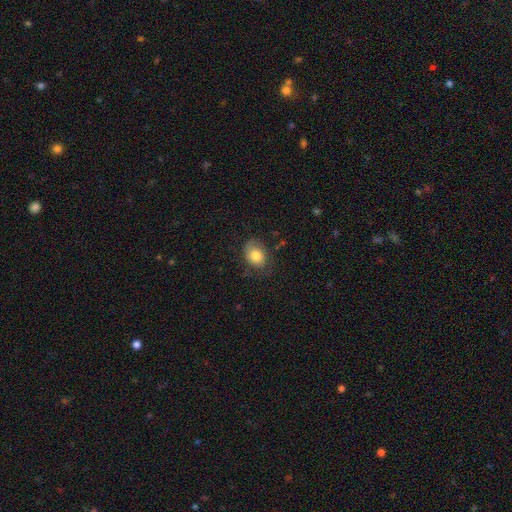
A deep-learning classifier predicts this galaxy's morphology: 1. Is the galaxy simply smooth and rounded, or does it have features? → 75% smooth, 17% featured or disk, 9% star or artifact.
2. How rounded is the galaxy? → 57% in between, 42% round, 1% cigar-shaped.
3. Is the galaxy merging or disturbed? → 66% none, 24% minor disturbance, 9% major disturbance, 1% merger.